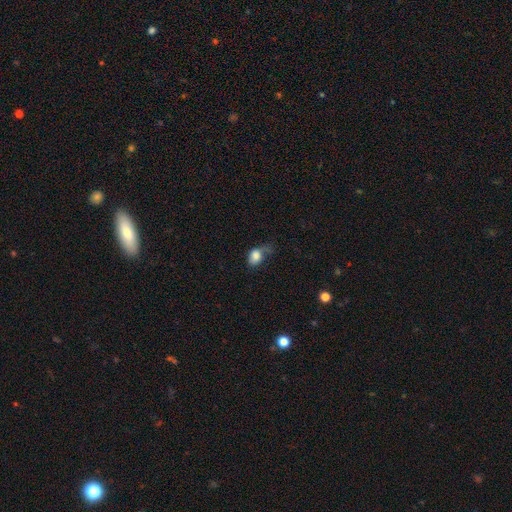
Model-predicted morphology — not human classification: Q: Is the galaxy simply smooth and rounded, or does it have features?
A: smooth — 78%.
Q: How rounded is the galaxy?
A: in between — 67%.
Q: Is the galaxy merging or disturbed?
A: major disturbance — 35%.